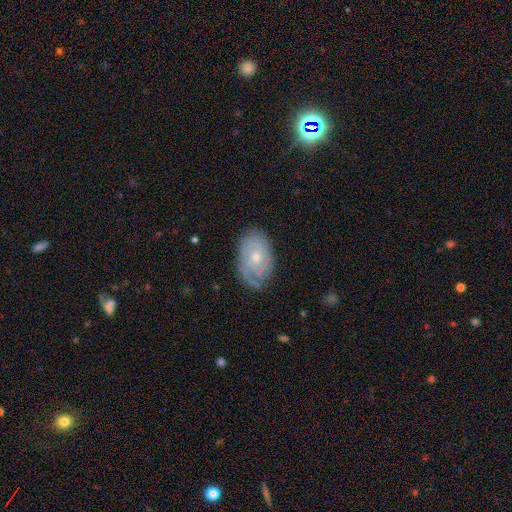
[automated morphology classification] Smooth or featured: featured or disk — 70% (smooth — 23%)
Edge-on disk: no — 94% (yes — 6%)
Bar: no — 80% (weak — 17%)
Spiral arms: yes — 87% (no — 13%)
Spiral winding: tight — 71% (medium — 22%)
Spiral arm count: can't tell — 50% (2 — 20%)
Bulge size: small — 56% (moderate — 41%)
Merging: none — 73% (minor disturbance — 20%)